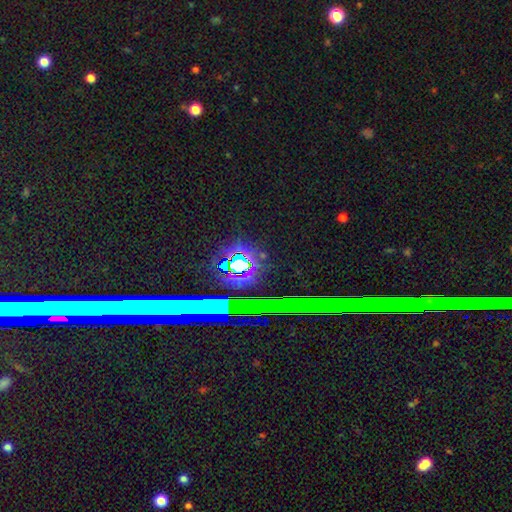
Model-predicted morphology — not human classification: A star or artifact, not a galaxy (77%).